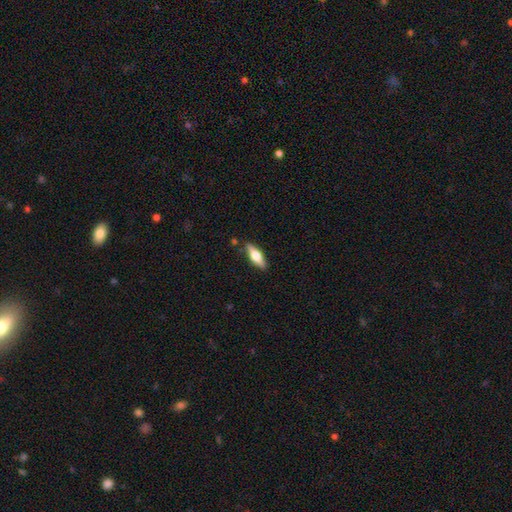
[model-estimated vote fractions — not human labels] A featured or disk galaxy (47%, tied with smooth).

Vote fractions:
- Smooth or featured? featured or disk: 47% (tied) / smooth: 47% (tied) / star or artifact: 6%
- Merging? none: 85% / minor disturbance: 10% / merger: 2% / major disturbance: 2%